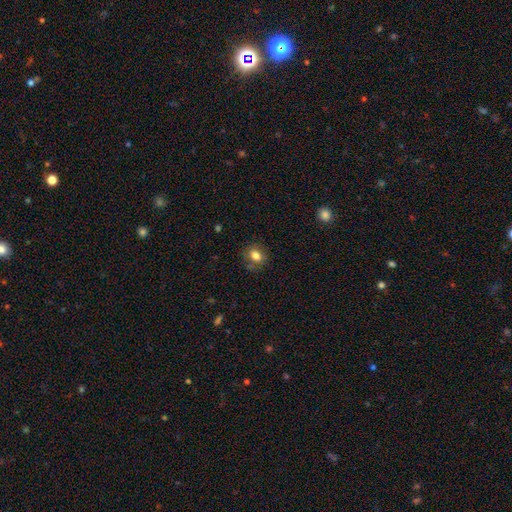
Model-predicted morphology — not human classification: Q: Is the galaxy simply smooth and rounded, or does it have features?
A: smooth — 80%.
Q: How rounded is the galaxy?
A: round — 50%.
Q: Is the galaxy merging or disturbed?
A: none — 80%.